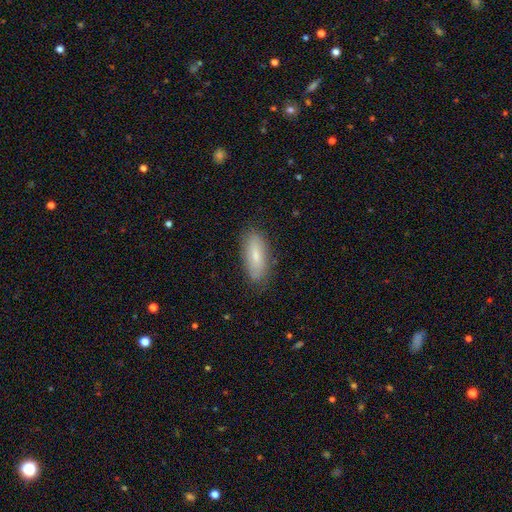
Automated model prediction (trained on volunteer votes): smooth-or-featured: smooth: 74% | featured or disk: 20% | star or artifact: 7%
  how-rounded: in between: 74% | cigar-shaped: 24% | round: 2%
  merging: none: 82% | minor disturbance: 14% | major disturbance: 3% | merger: 1%